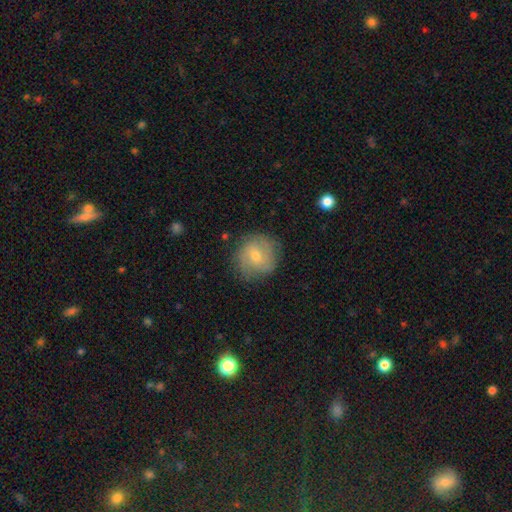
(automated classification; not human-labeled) A smooth galaxy with no disk features (48%).

Vote fractions:
- Smooth or featured? smooth: 48% / featured or disk: 43% / star or artifact: 9%
- Merging? none: 79% / minor disturbance: 15% / major disturbance: 5% / merger: 1%